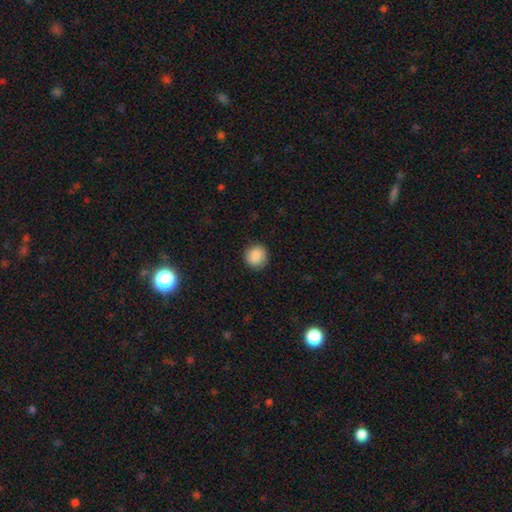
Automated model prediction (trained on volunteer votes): This is clearly a smooth galaxy (88%). How rounded: clearly round (87%). Merging: clearly none (88%).